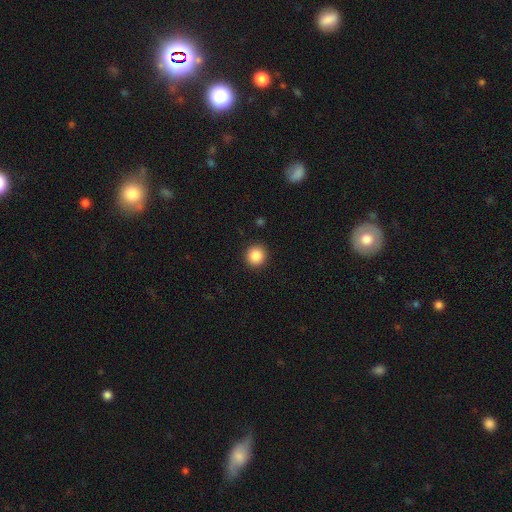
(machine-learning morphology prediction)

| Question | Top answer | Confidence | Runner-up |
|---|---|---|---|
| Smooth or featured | smooth | 87% | star or artifact (9%) |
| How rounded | round | 92% | in between (7%) |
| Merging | none | 92% | minor disturbance (5%) |